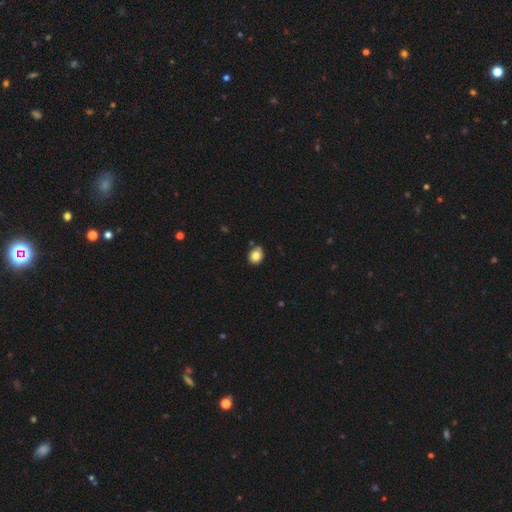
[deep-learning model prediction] The model was most divided on "how rounded": round: 65%, in between: 34%, cigar-shaped: 1%. More confident: smooth or featured — smooth (82%); merging — none (77%).